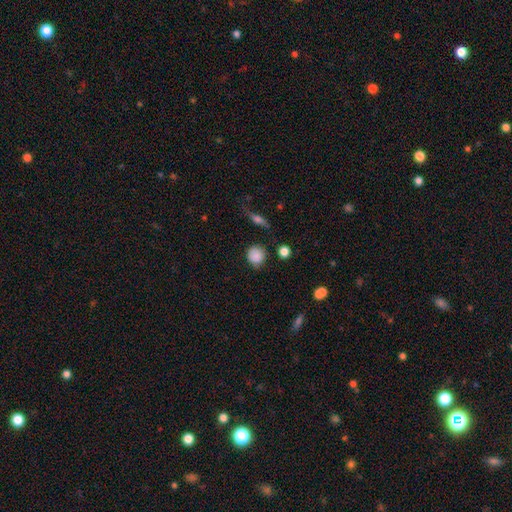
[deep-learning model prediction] Overall: smooth (85%). How rounded: round (87%). Merging: none (75%).